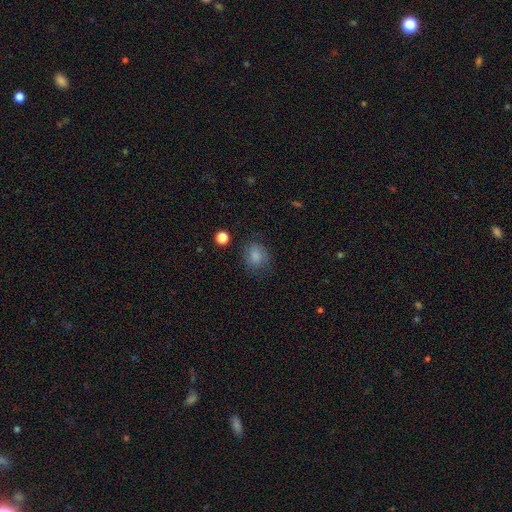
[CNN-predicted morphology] Smooth or featured: smooth — 82% (star or artifact — 10%)
How rounded: round — 64% (in between — 35%)
Merging: none — 76% (minor disturbance — 17%)